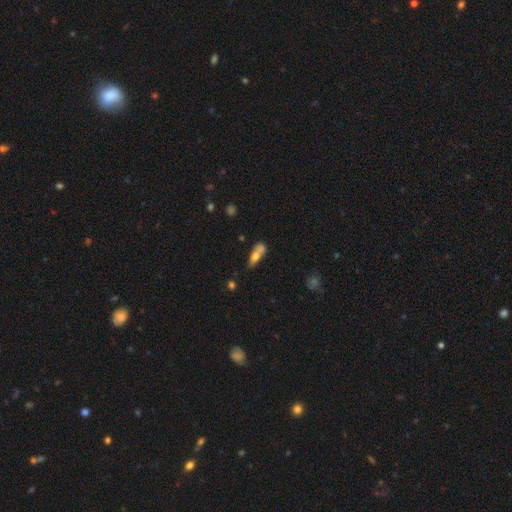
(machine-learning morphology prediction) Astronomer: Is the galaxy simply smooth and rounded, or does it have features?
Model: smooth — 62%.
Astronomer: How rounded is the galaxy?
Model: in between — 60%.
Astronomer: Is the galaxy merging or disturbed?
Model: merger — 41% (runner-up: none, 30%).